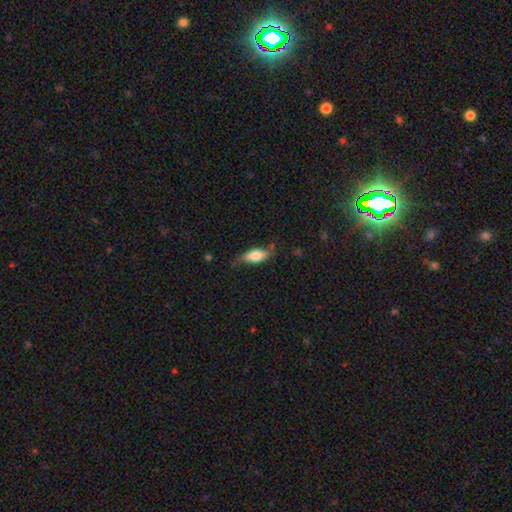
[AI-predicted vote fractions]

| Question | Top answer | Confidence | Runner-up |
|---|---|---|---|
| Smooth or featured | smooth | 69% | featured or disk (24%) |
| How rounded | in between | 81% | cigar-shaped (15%) |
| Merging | none | 59% | minor disturbance (30%) |